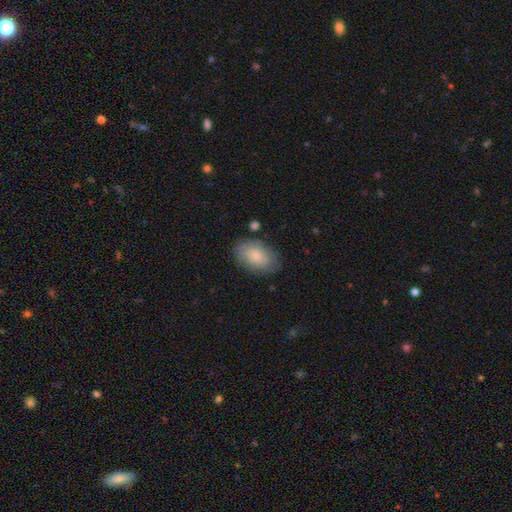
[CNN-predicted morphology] type=smooth (71%); roundness=in between (87%); merging=none (73%).